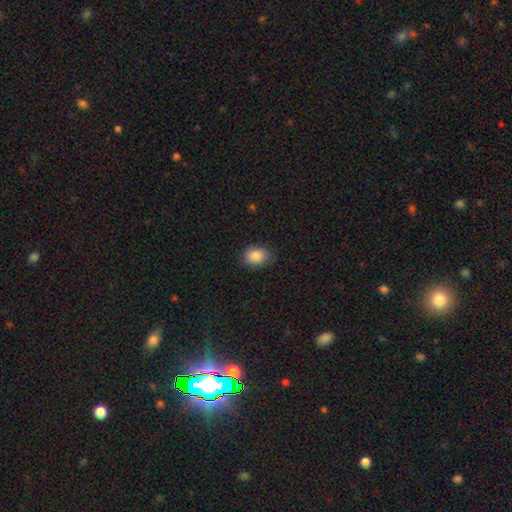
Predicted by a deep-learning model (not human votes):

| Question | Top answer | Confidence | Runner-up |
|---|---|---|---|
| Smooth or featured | smooth | 87% | star or artifact (8%) |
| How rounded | in between | 67% | round (32%) |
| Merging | none | 81% | minor disturbance (15%) |